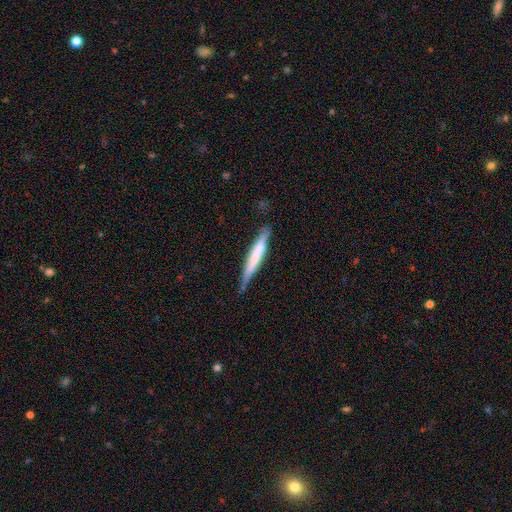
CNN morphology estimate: Smooth or featured?
  - smooth: 50% *
  - featured or disk: 44%
  - star or artifact: 6%
How rounded?
  - cigar-shaped: 94% *
  - in between: 5%
  - round: 1%
Merging?
  - none: 71% *
  - minor disturbance: 23%
  - major disturbance: 4%
  - merger: 2%